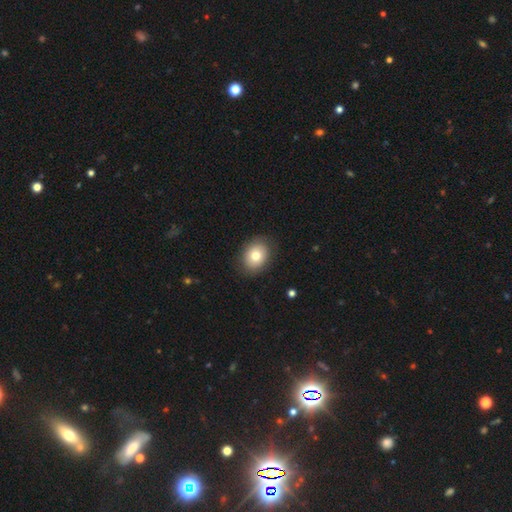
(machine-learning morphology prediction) This is likely a smooth galaxy (78%). How rounded: possibly in between (57%). Merging: clearly none (86%).